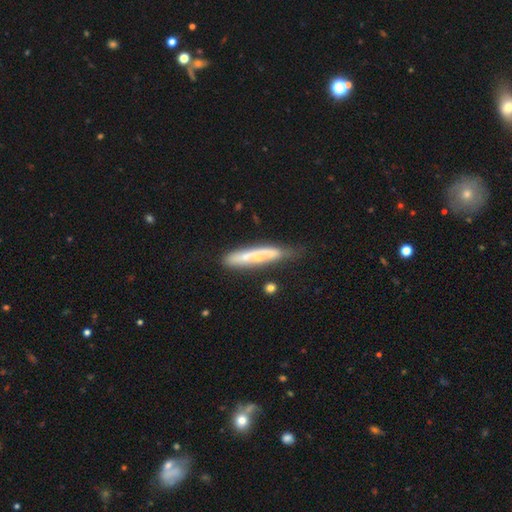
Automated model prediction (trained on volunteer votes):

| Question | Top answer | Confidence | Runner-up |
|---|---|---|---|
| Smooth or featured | featured or disk | 49% | smooth (44%) |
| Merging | none | 54% | minor disturbance (28%) |